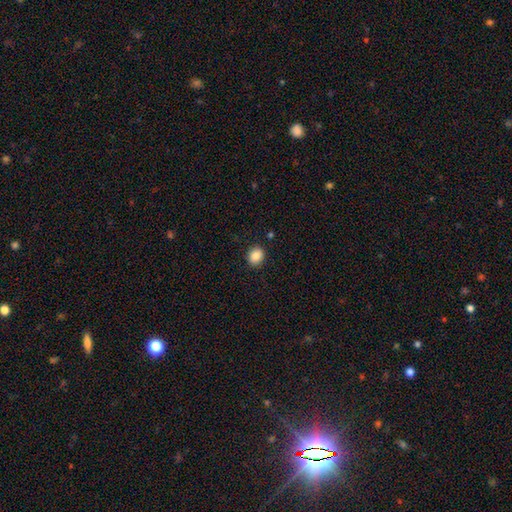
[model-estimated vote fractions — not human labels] Smooth or featured: smooth — 86% (star or artifact — 9%)
How rounded: round — 62% (in between — 37%)
Merging: none — 90% (minor disturbance — 7%)